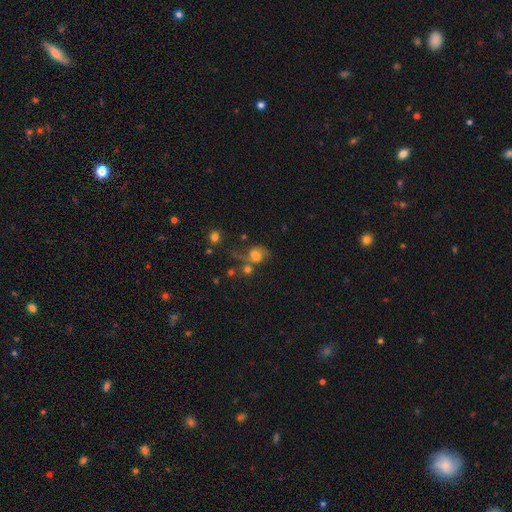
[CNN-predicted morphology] The model was most divided on "smooth or featured": smooth: 47%, featured or disk: 39%, star or artifact: 14%. Remaining: merging — none (37%).